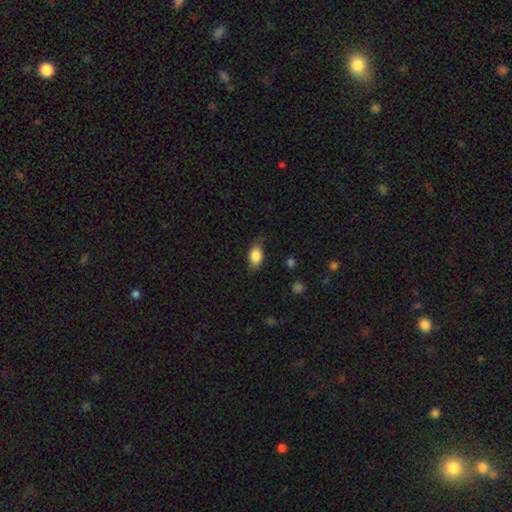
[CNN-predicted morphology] smooth 82%, featured or disk 11%, star or artifact 8%. Down the decision tree: how rounded — in between (86%); merging — none (70%).